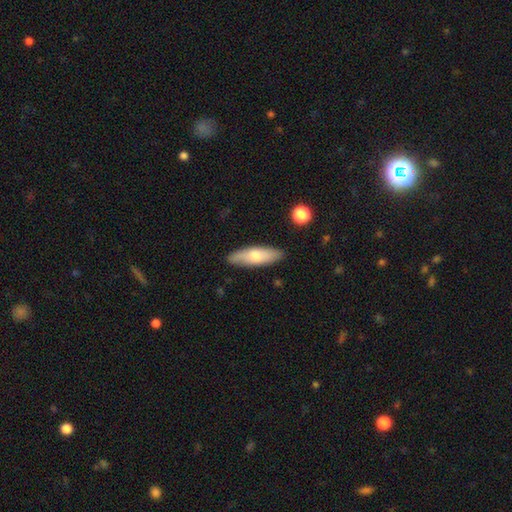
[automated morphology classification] Overall: smooth (66%; featured or disk 29%). How rounded: cigar-shaped (50%; in between 48%). Merging: none (87%).